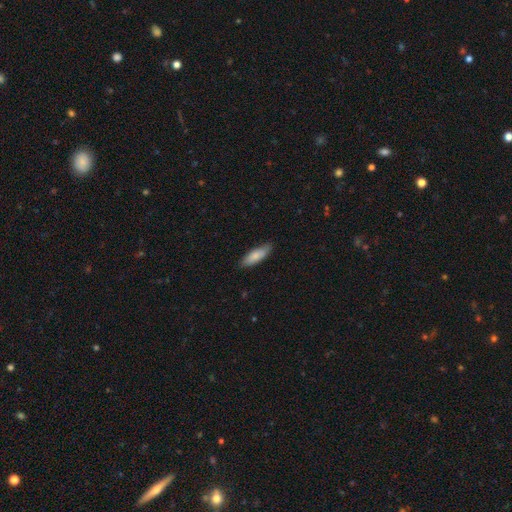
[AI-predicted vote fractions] Overall: smooth (83%). How rounded: in between (52%; cigar-shaped 47%). Merging: none (83%).